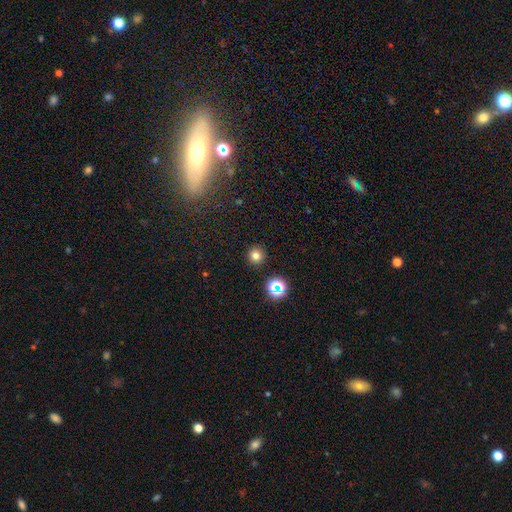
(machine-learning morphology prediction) smooth-or-featured: smooth: 76% | star or artifact: 18% | featured or disk: 6%
  how-rounded: round: 94% | in between: 5% | cigar-shaped: 1%
  merging: none: 91% | minor disturbance: 5% | major disturbance: 2% | merger: 2%